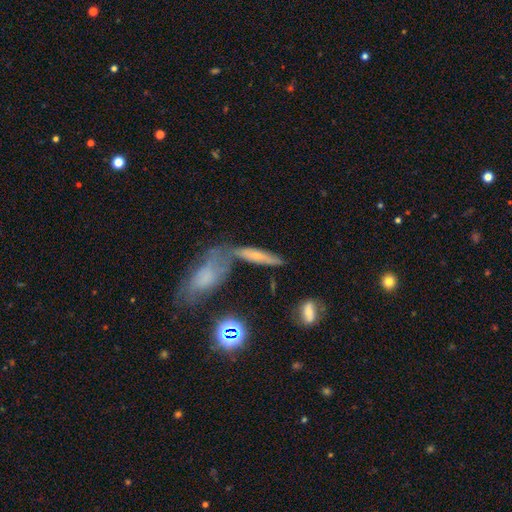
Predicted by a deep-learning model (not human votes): The model was most divided on "smooth or featured": smooth: 51%, featured or disk: 35%, star or artifact: 14%. Remaining: how rounded — cigar-shaped (71%); merging — none (49%).